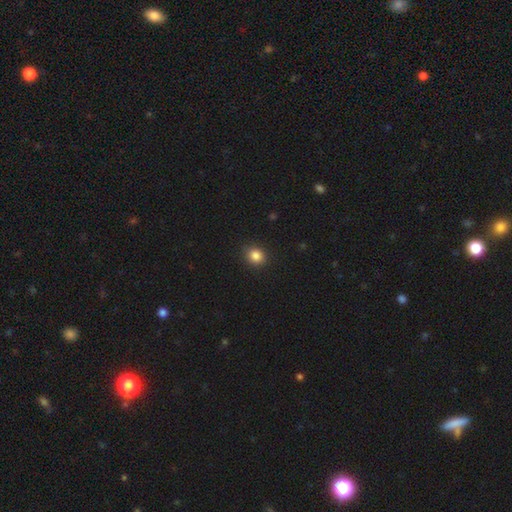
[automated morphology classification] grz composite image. It shows a smooth galaxy with no disk features (86%) that is round (77%). Merging: none (90%).